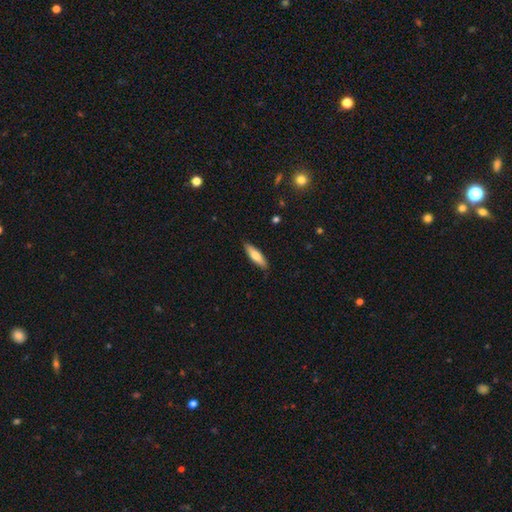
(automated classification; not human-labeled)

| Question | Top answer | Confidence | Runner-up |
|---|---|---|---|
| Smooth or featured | smooth | 70% | featured or disk (25%) |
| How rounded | cigar-shaped | 67% | in between (32%) |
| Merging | none | 87% | minor disturbance (10%) |